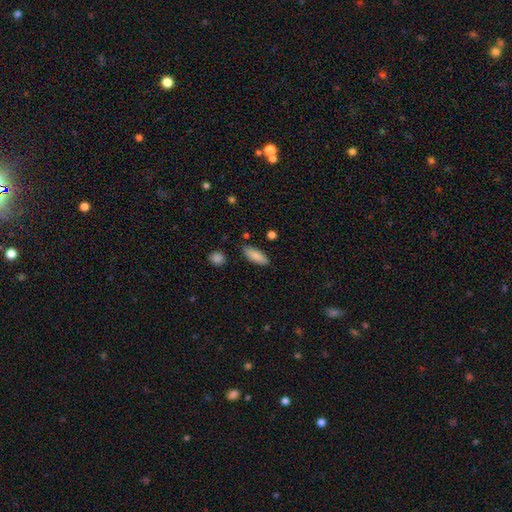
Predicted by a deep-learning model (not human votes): smooth-or-featured: smooth: 87% | featured or disk: 7% | star or artifact: 7%
  how-rounded: in between: 73% | cigar-shaped: 25% | round: 2%
  merging: none: 84% | minor disturbance: 11% | major disturbance: 2% | merger: 2%